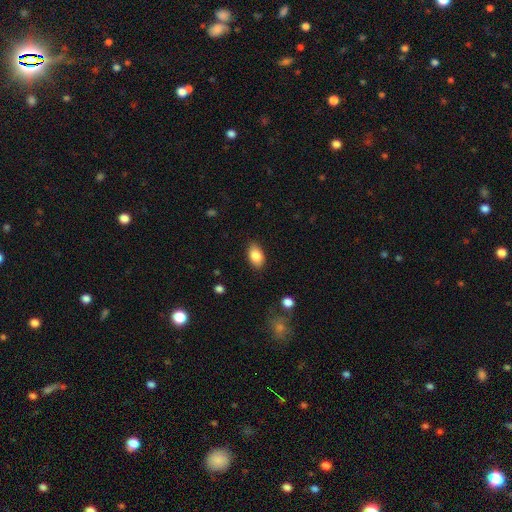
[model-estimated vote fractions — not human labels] Smooth or featured? Predicted: smooth (p=0.86). How rounded? Predicted: in between (p=0.91). Merging? Predicted: none (p=0.85).